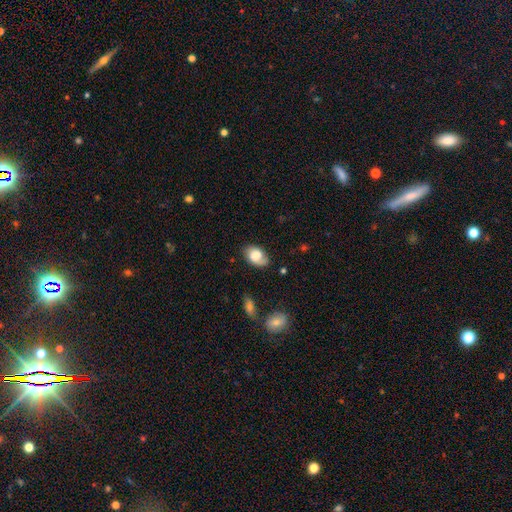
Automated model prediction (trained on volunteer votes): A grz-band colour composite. It shows a smooth galaxy with no disk features (67%) that is in between round and cigar-shaped (86%). Merging: none (63%).